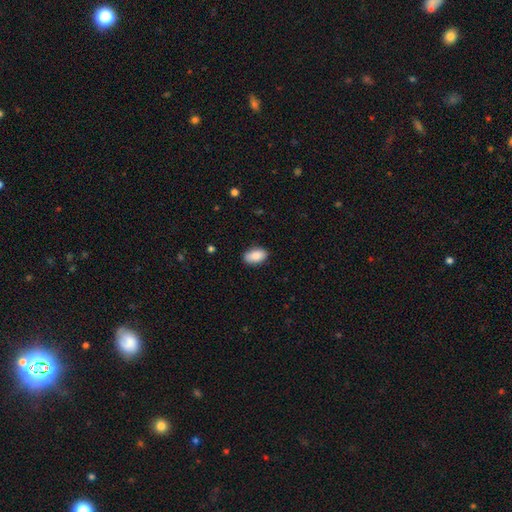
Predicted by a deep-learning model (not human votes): A smooth galaxy with no disk features (89%) that is in between round and cigar-shaped (93%). Merging: none (86%).